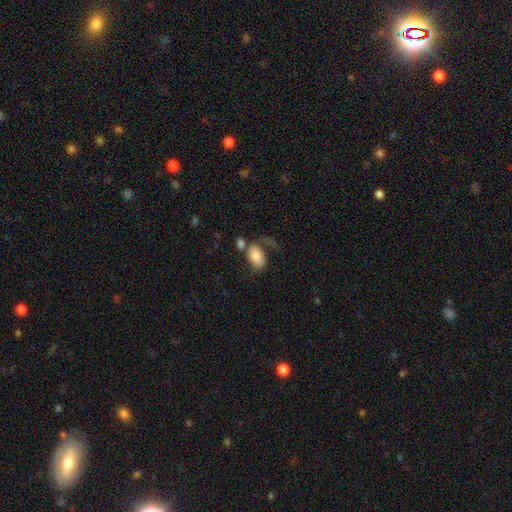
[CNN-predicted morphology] smooth 75%, featured or disk 18%, star or artifact 7%. Down the decision tree: how rounded — in between (92%); merging — none (42%).